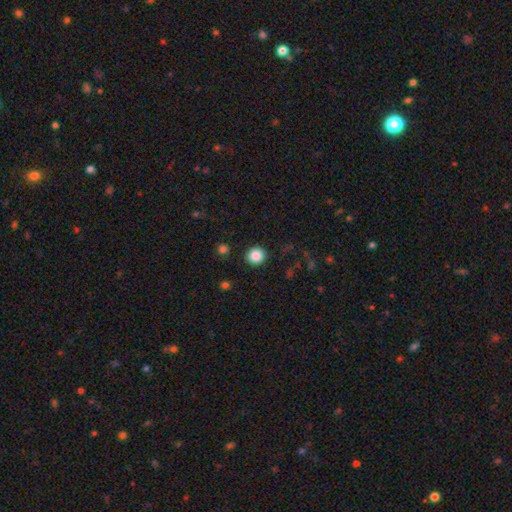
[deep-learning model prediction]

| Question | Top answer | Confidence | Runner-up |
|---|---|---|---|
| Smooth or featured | smooth | 87% | star or artifact (10%) |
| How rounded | round | 93% | in between (6%) |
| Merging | none | 91% | minor disturbance (5%) |